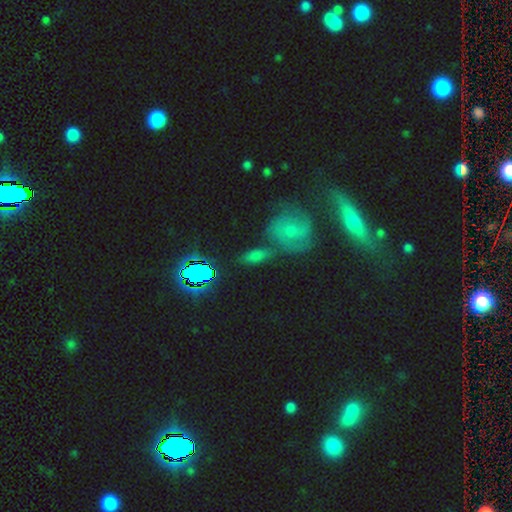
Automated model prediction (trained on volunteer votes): Smooth or featured?
  - smooth: 48% *
  - star or artifact: 29%
  - featured or disk: 23%
Merging?
  - none: 63% *
  - minor disturbance: 16%
  - merger: 13%
  - major disturbance: 8%